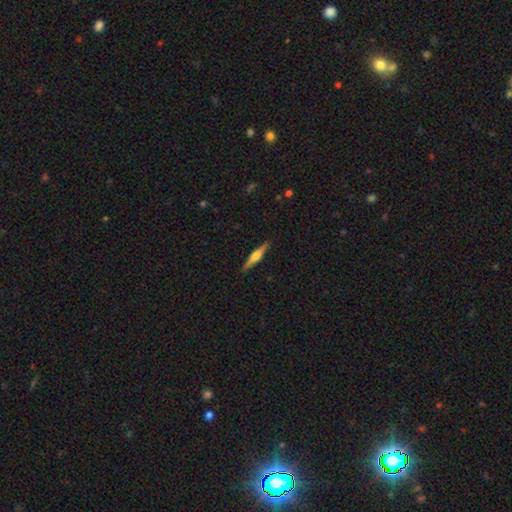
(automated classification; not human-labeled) smooth_or_featured: featured or disk (p=0.66) [alt: smooth p=0.28]
disk_edge_on: yes (p=0.98) [alt: no p=0.02]
edge_on_bulge: rounded (p=0.85) [alt: boxy p=0.10]
merging: none (p=0.91) [alt: minor disturbance p=0.07]